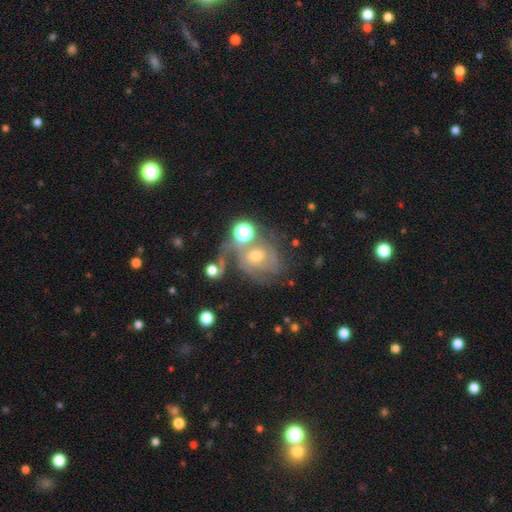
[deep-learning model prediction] featured or disk 70%, smooth 17%, star or artifact 13%. Down the decision tree: edge-on disk — no (97%); bar — no (61%); spiral arms — yes (84%); spiral arm count — can't tell (38%); spiral winding — tight (50%); bulge size — moderate (55%); merging — none (42%).